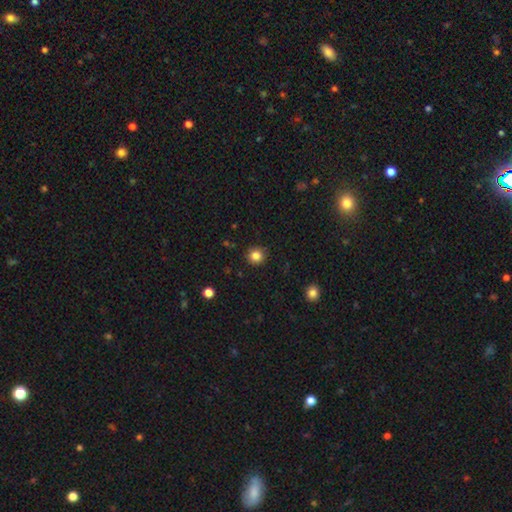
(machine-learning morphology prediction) The model was most divided on "smooth or featured": smooth: 84%, star or artifact: 11%, featured or disk: 4%. More confident: how rounded — round (94%); merging — none (91%).